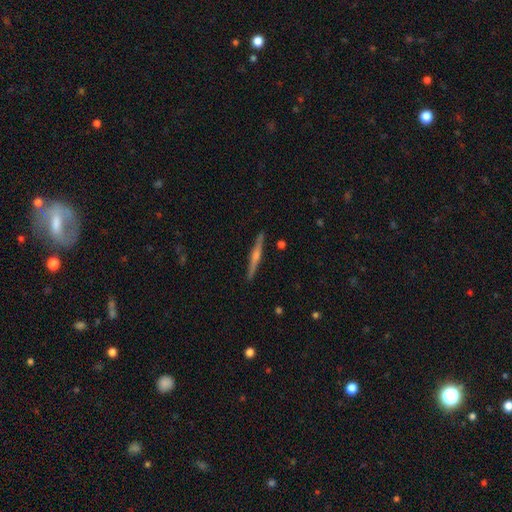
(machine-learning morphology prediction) smooth_or_featured: featured or disk (p=0.74) [alt: smooth p=0.20]
disk_edge_on: yes (p=0.98) [alt: no p=0.02]
edge_on_bulge: rounded (p=0.78) [alt: none p=0.12]
merging: none (p=0.92) [alt: minor disturbance p=0.06]